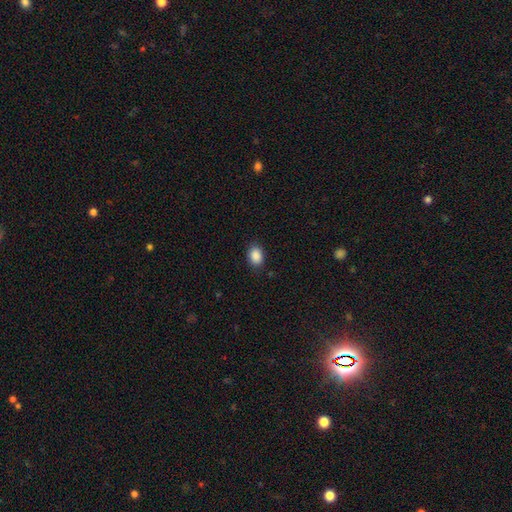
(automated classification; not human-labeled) Q: Smooth or featured?
A: smooth (89%); runner-up: star or artifact (8%)
Q: How rounded?
A: in between (74%); runner-up: round (25%)
Q: Merging?
A: none (86%); runner-up: minor disturbance (11%)